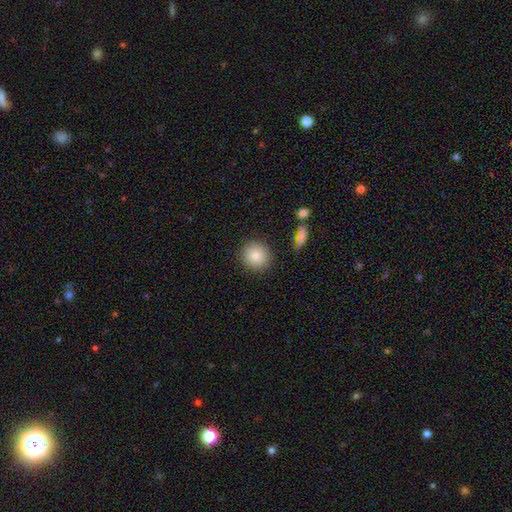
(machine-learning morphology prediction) type=smooth (84%); roundness=round (91%); merging=none (89%).